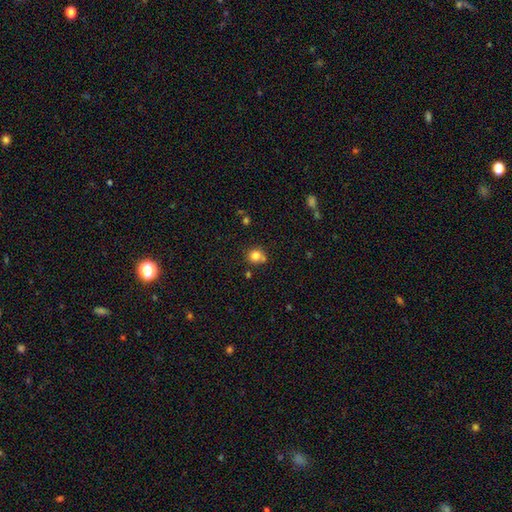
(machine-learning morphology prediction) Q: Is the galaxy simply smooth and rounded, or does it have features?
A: smooth — 80%.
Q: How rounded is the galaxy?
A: round — 87%.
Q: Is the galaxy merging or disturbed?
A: none — 67%.